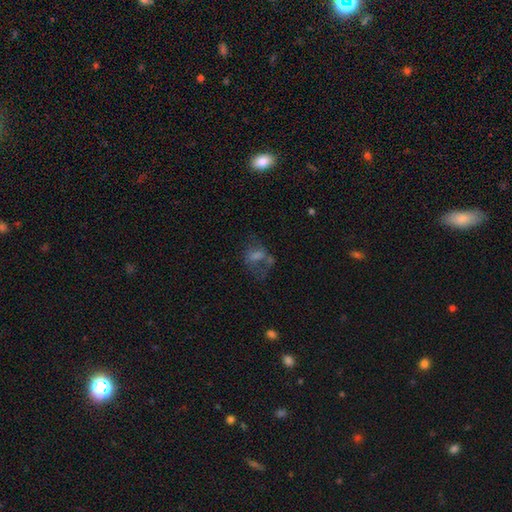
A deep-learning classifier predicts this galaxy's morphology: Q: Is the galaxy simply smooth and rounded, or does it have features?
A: smooth — 39%.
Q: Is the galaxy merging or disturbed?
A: none — 38%.